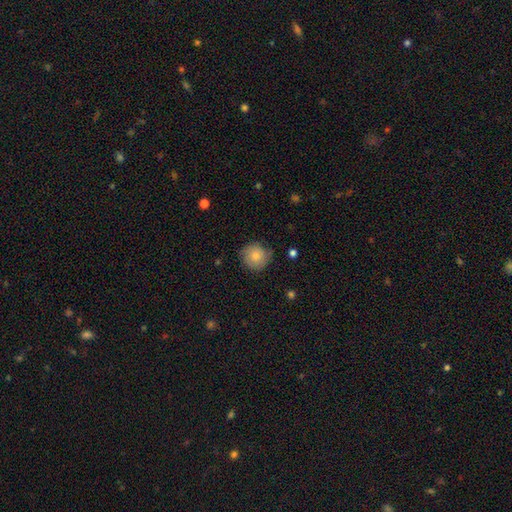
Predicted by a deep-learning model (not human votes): smooth_or_featured: smooth (p=0.79) [alt: featured or disk p=0.13]
how_rounded: round (p=0.93) [alt: in between p=0.06]
merging: none (p=0.78) [alt: minor disturbance p=0.18]